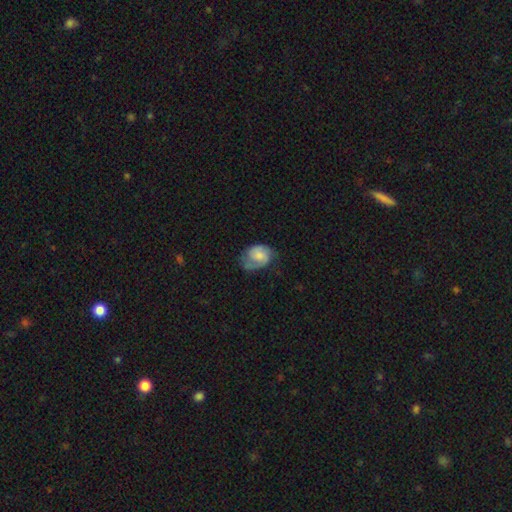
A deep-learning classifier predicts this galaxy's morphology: The model was most divided on "bulge size": moderate: 35%, small: 33%, none: 16%, large: 13%, dominant: 2%. More confident: edge-on disk — no (97%); spiral arms — yes (88%); bar — no (66%); smooth or featured — featured or disk (55%); merging — none (52%).